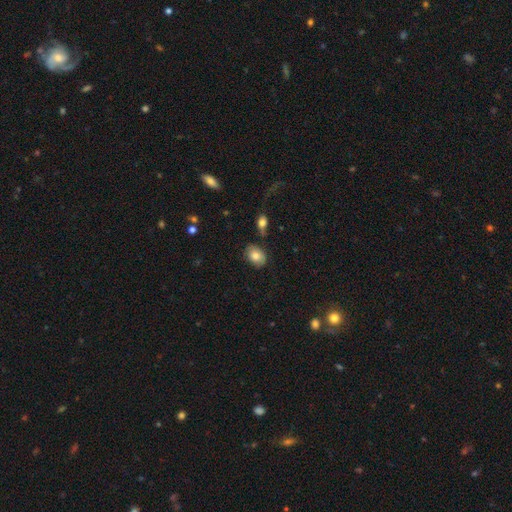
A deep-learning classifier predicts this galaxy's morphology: type=smooth (81%); roundness=in between (71%); merging=none (74%).